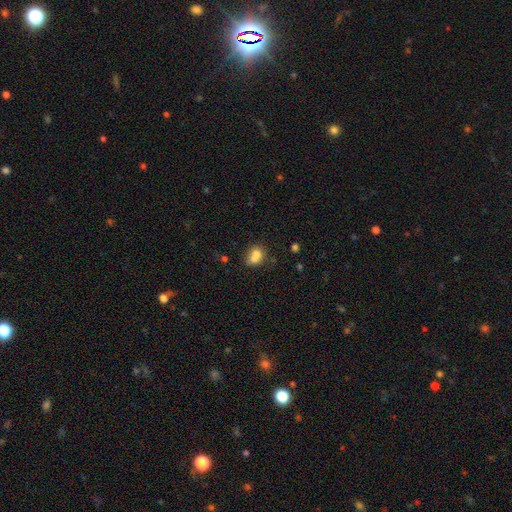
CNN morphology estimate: Smooth or featured?
  - smooth: 73% *
  - featured or disk: 16%
  - star or artifact: 11%
How rounded?
  - round: 51% *
  - in between: 48%
  - cigar-shaped: 1%
Merging?
  - merger: 51% *
  - none: 31%
  - minor disturbance: 13%
  - major disturbance: 6%